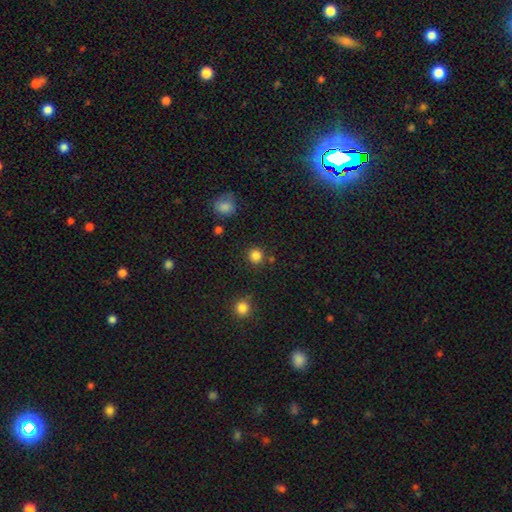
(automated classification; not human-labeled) Smooth or featured? Predicted: smooth (p=0.83). How rounded? Predicted: round (p=0.92). Merging? Predicted: none (p=0.86).